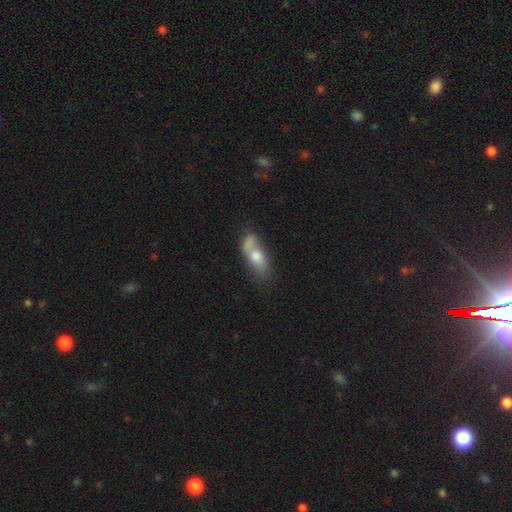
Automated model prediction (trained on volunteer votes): Morphology: type=smooth (65%); roundness=in between (74%); merging=none (33%, tied with merger).